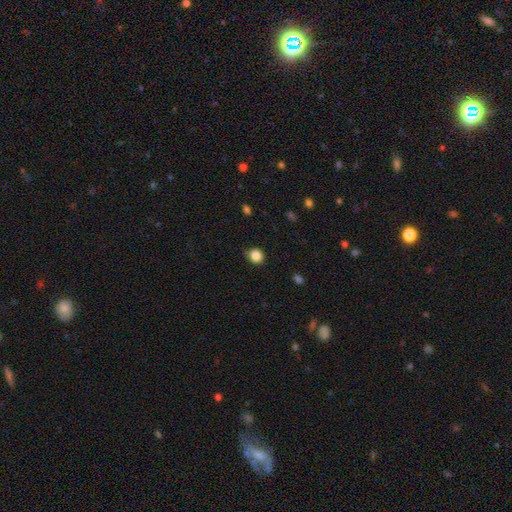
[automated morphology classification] Smooth or featured: smooth — 84% (star or artifact — 11%)
How rounded: round — 76% (in between — 23%)
Merging: none — 78% (minor disturbance — 18%)